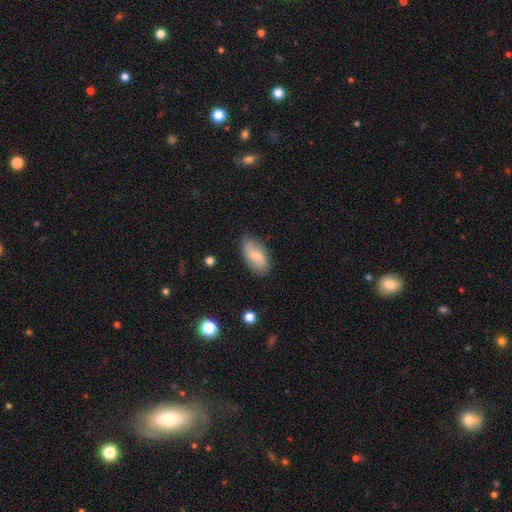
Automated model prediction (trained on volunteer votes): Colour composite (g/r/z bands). It shows a smooth galaxy with no disk features (53%) that is in between round and cigar-shaped (92%). Merging: none (83%).